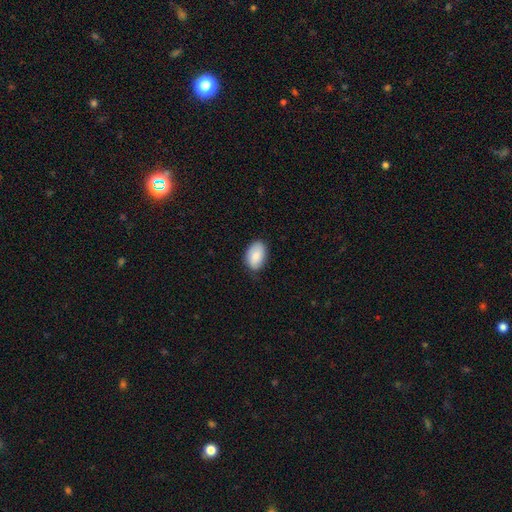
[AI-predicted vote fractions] A smooth galaxy with no disk features (86%) that is in between round and cigar-shaped (92%). Merging: none (76%).